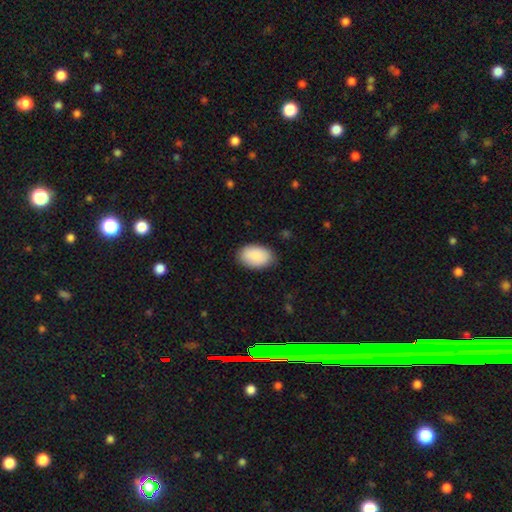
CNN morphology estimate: Overall: smooth (90%). How rounded: in between (91%). Merging: none (82%).